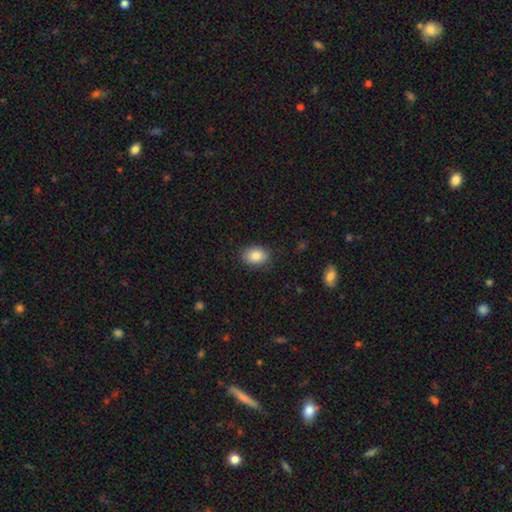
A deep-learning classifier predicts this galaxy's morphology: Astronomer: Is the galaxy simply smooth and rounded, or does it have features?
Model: smooth — 86%.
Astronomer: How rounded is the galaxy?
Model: in between — 75%.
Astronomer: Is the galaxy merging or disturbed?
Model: none — 84%.